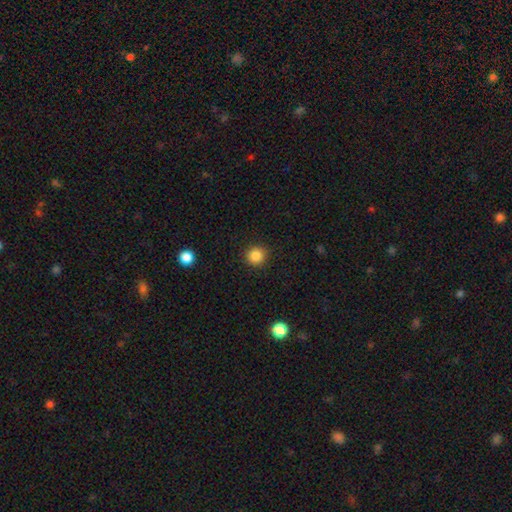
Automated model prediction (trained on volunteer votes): smooth 86%, star or artifact 11%, featured or disk 4%. Down the decision tree: how rounded — round (93%); merging — none (92%).